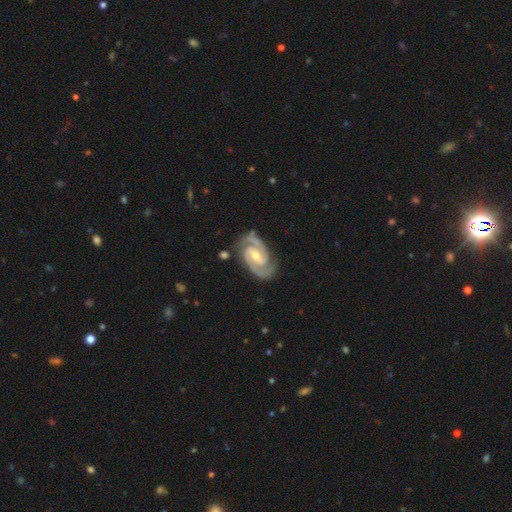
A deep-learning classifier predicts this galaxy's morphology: smooth_or_featured: featured or disk (p=0.93) [alt: star or artifact p=0.04]
disk_edge_on: no (p=0.98) [alt: yes p=0.02]
bar: weak (p=0.43) [alt: no p=0.33]
has_spiral_arms: yes (p=0.99) [alt: no p=0.01]
spiral_winding: tight (p=0.51) [alt: medium p=0.44]
spiral_arm_count: 2 (p=0.91) [alt: 3 p=0.04]
bulge_size: moderate (p=0.53) [alt: small p=0.44]
merging: none (p=0.83) [alt: minor disturbance p=0.13]